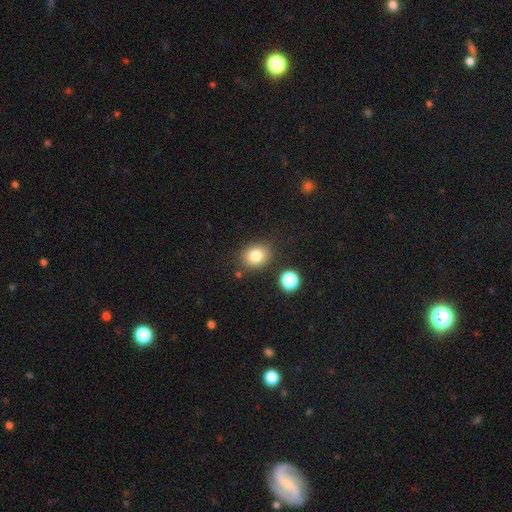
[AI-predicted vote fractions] Morphology: type=smooth (81%); roundness=round (56%); merging=none (81%).